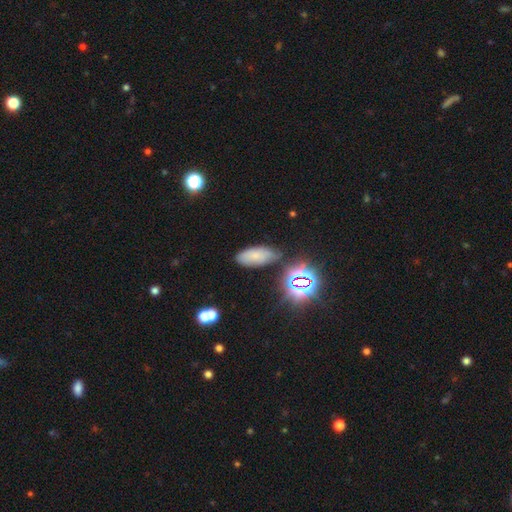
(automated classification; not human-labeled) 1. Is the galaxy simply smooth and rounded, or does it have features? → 61% smooth, 24% star or artifact, 16% featured or disk.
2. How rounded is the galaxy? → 85% in between, 10% cigar-shaped, 4% round.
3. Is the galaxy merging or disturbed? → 70% none, 19% minor disturbance, 6% major disturbance, 5% merger.